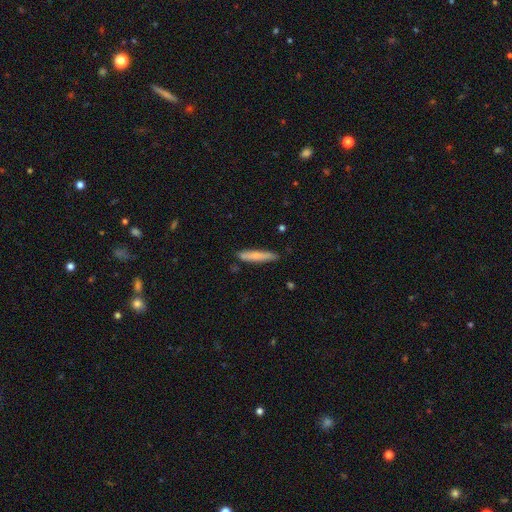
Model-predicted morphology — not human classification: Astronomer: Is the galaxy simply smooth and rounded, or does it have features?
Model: smooth — 72%.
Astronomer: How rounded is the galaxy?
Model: cigar-shaped — 92%.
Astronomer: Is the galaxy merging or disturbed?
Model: none — 84%.